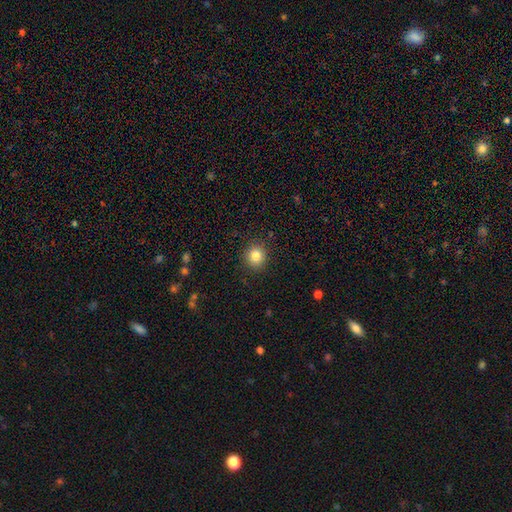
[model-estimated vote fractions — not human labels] A smooth galaxy with no disk features (83%) that is round (88%). Merging: none (90%).